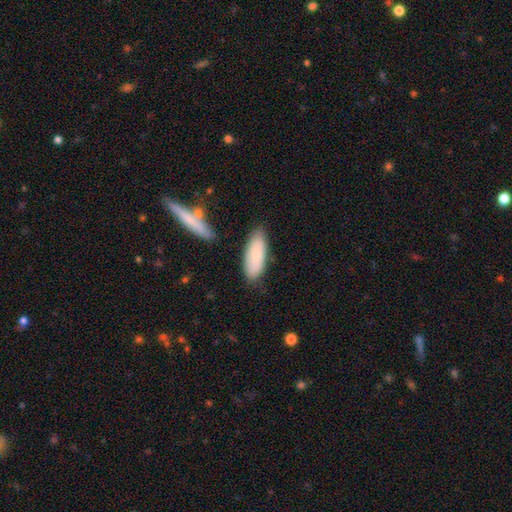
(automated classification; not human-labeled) Smooth or featured? Predicted: smooth (p=0.79). How rounded? Predicted: in between (p=0.73). Merging? Predicted: none (p=0.80).